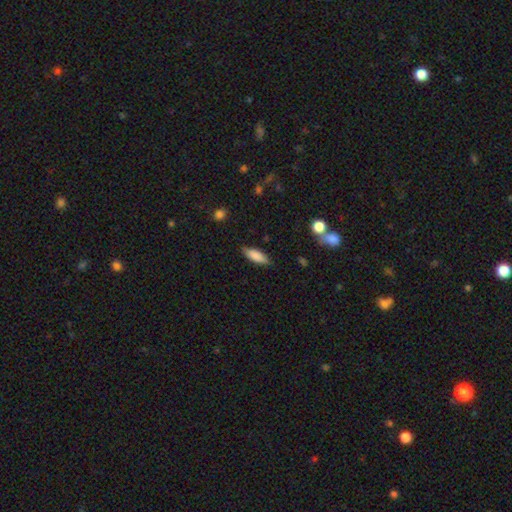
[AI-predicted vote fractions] Smooth or featured?
  - smooth: 85% *
  - featured or disk: 9%
  - star or artifact: 6%
How rounded?
  - in between: 65% *
  - cigar-shaped: 33%
  - round: 2%
Merging?
  - none: 82% *
  - minor disturbance: 14%
  - major disturbance: 3%
  - merger: 1%